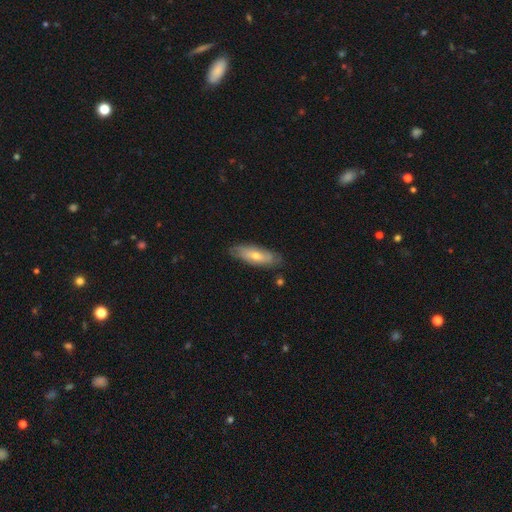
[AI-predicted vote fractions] Smooth or featured? Predicted: smooth (p=0.52). How rounded? Predicted: in between (p=0.63). Merging? Predicted: none (p=0.77).